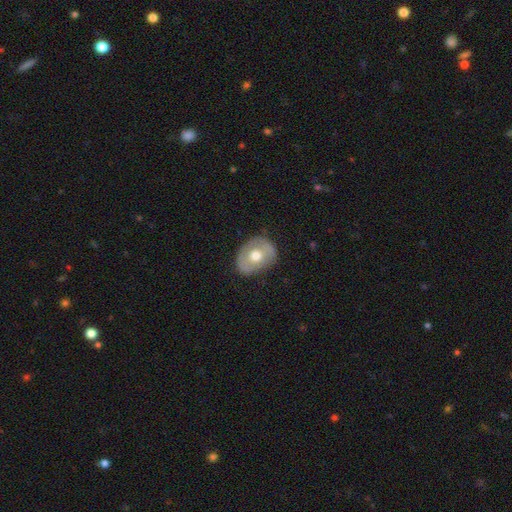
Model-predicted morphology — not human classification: This is possibly a smooth galaxy (50%). Merging: likely none (75%).